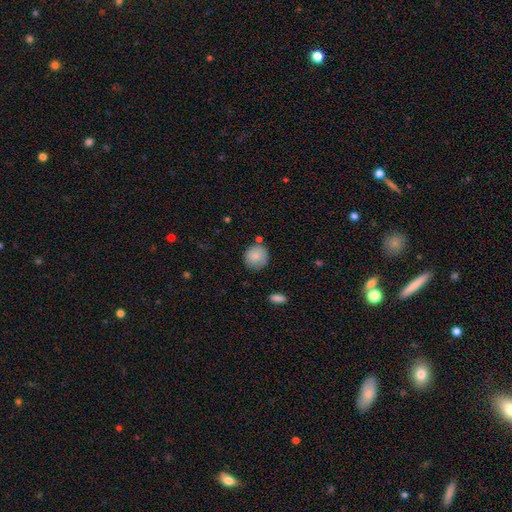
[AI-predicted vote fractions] Q: Smooth or featured?
A: smooth (84%); runner-up: featured or disk (9%)
Q: How rounded?
A: round (87%); runner-up: in between (12%)
Q: Merging?
A: none (77%); runner-up: minor disturbance (15%)